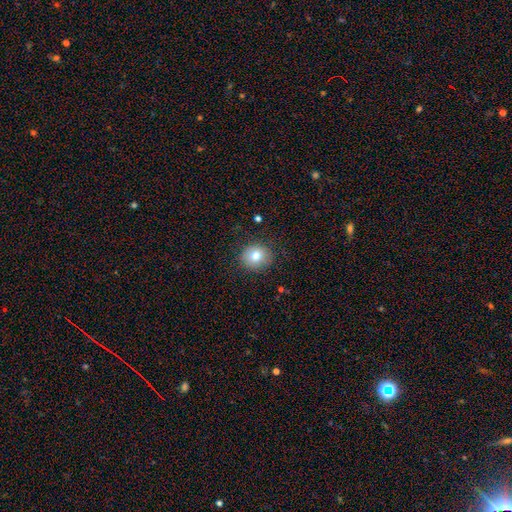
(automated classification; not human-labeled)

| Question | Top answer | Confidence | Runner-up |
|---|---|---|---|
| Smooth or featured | smooth | 78% | featured or disk (11%) |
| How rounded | round | 82% | in between (17%) |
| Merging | none | 86% | minor disturbance (10%) |